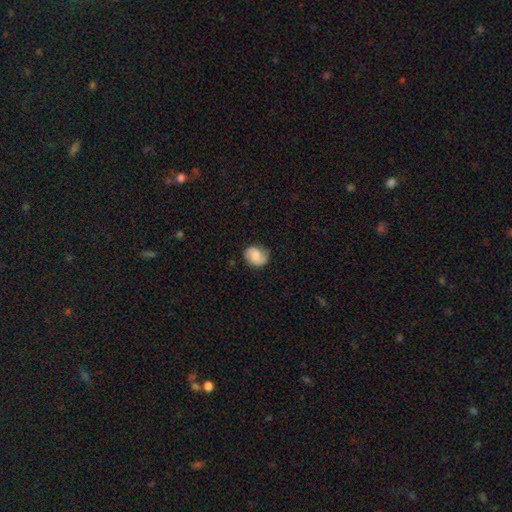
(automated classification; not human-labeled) Smooth or featured? smooth (59%)
How rounded? round (51%)
Merging? none (76%)